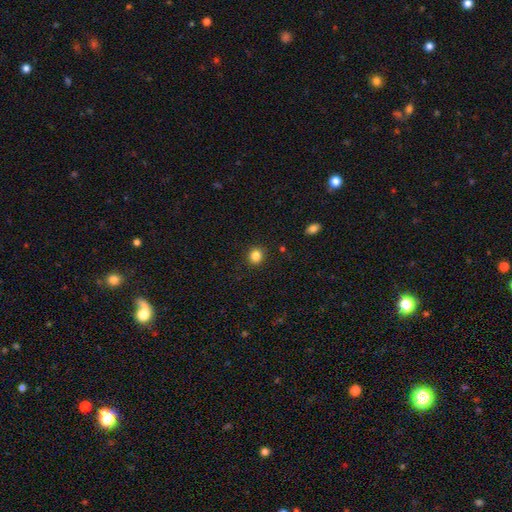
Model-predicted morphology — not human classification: Smooth or featured?
  - smooth: 84% *
  - star or artifact: 11%
  - featured or disk: 5%
How rounded?
  - round: 83% *
  - in between: 16%
  - cigar-shaped: 1%
Merging?
  - none: 90% *
  - minor disturbance: 7%
  - major disturbance: 2%
  - merger: 1%